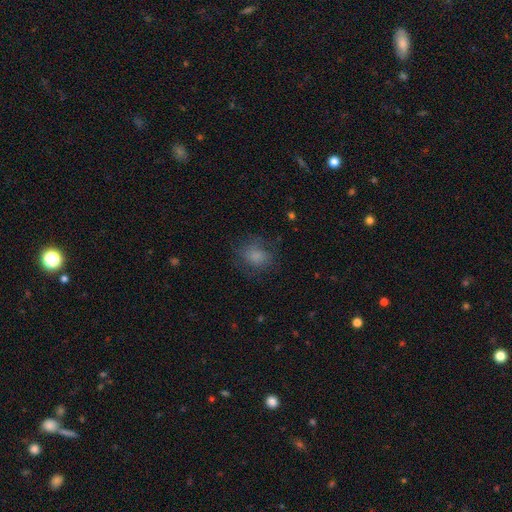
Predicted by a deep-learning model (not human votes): Smooth or featured: smooth — 78% (featured or disk — 11%)
How rounded: round — 63% (in between — 36%)
Merging: none — 70% (minor disturbance — 18%)